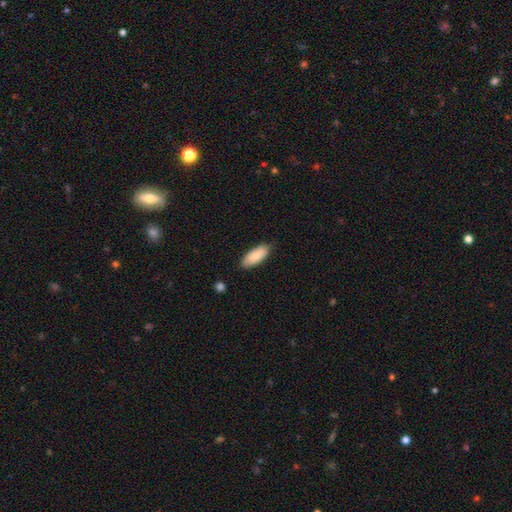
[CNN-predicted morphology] This appears to be a smooth galaxy with no disk features (86%) that is in between round and cigar-shaped (78%). Merging: none (83%).